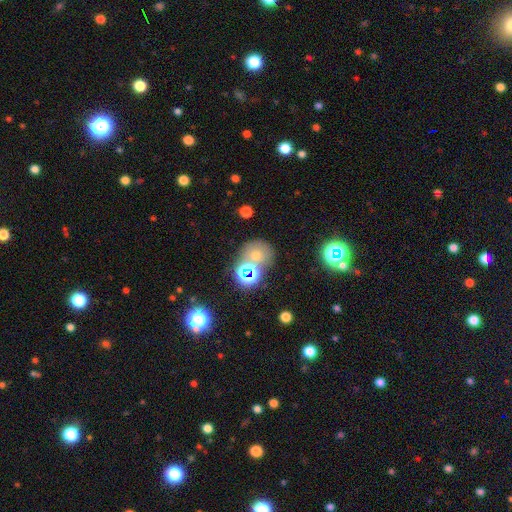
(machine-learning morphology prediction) Smooth or featured: smooth — 45% (star or artifact — 39%)
Merging: none — 60% (merger — 23%)